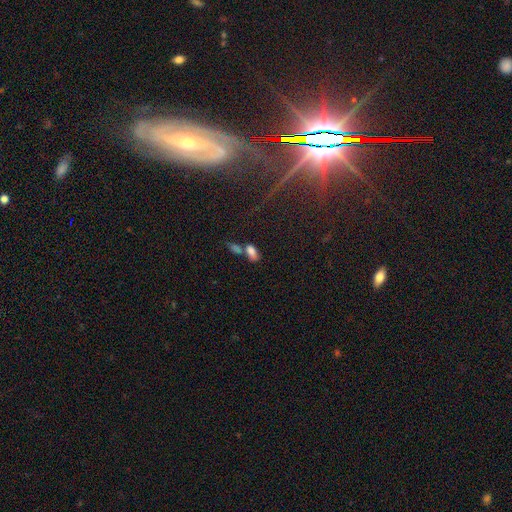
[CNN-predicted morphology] type=star or artifact (44%).